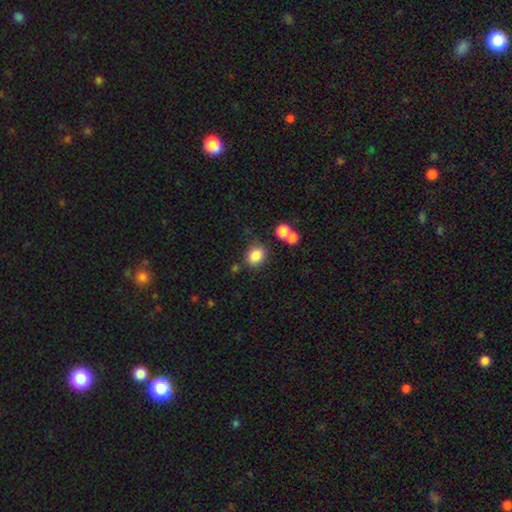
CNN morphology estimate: This is clearly a smooth galaxy (83%). How rounded: possibly round (60%). Merging: likely none (73%).